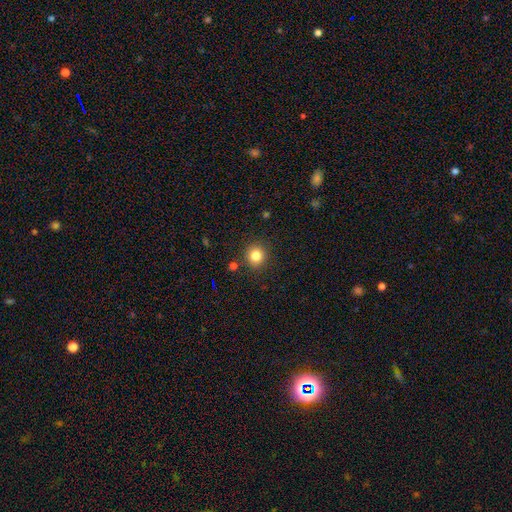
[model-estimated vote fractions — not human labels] smooth 82%, star or artifact 12%, featured or disk 5%. Down the decision tree: how rounded — round (90%); merging — none (88%).